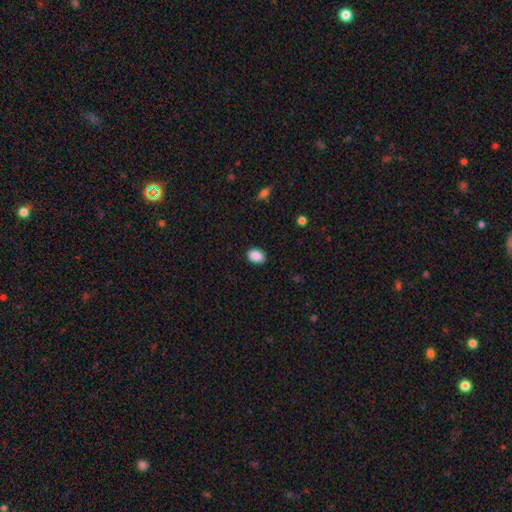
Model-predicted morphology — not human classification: A smooth galaxy with no disk features (89%) that is in between round and cigar-shaped (78%). Merging: none (88%).